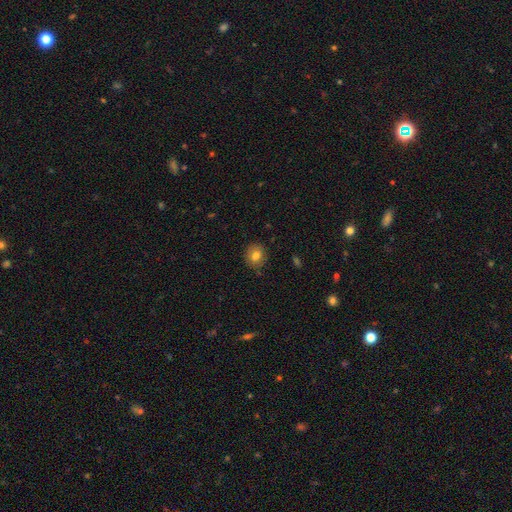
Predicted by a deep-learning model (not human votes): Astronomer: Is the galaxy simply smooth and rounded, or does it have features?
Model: smooth — 78%.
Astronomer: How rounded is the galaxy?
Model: round — 75%.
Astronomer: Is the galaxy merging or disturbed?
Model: none — 85%.